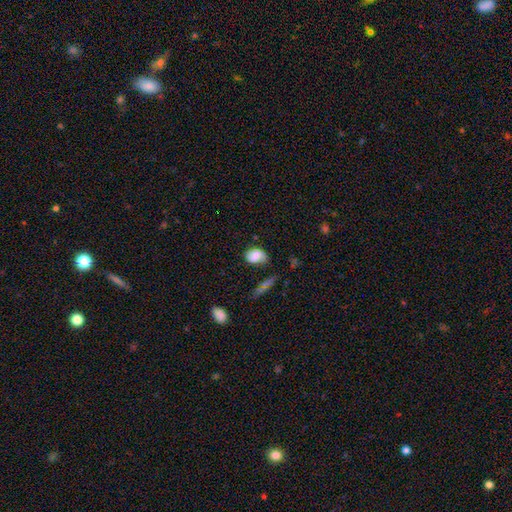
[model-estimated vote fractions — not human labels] smooth 57%, featured or disk 35%, star or artifact 9%. Down the decision tree: how rounded — in between (77%); merging — none (58%).